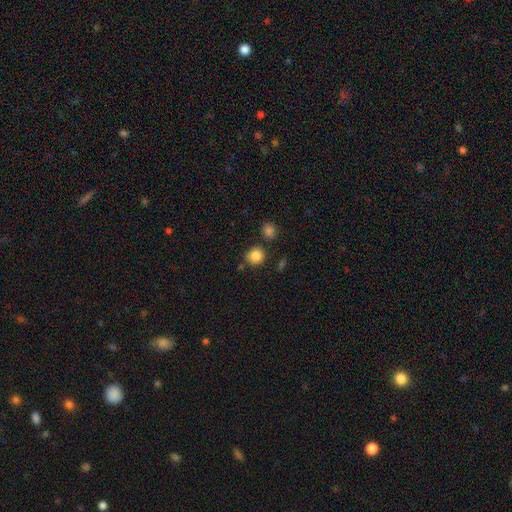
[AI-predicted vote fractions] A smooth galaxy with no disk features (85%) that is round (86%). Merging: none (79%).